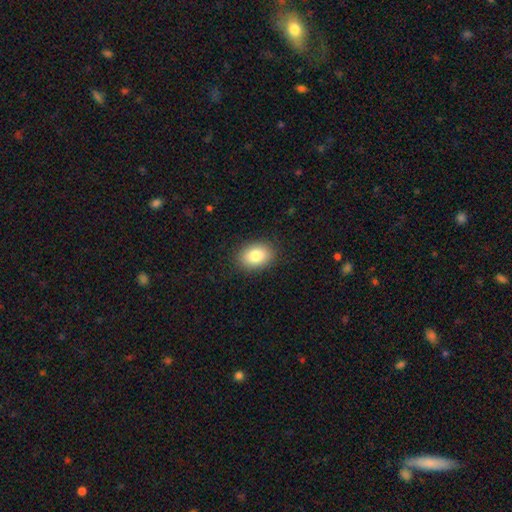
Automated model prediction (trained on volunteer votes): smooth_or_featured: smooth (p=0.83) [alt: featured or disk p=0.08]
how_rounded: in between (p=0.75) [alt: round p=0.24]
merging: none (p=0.89) [alt: minor disturbance p=0.08]